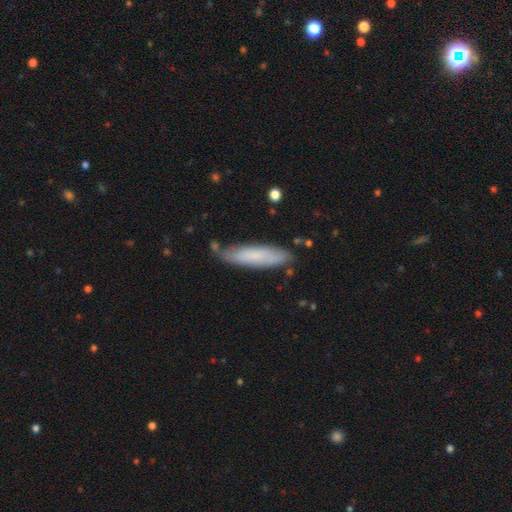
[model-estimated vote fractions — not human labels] Smooth or featured?
  - smooth: 70% *
  - featured or disk: 24%
  - star or artifact: 6%
How rounded?
  - cigar-shaped: 76% *
  - in between: 23%
  - round: 1%
Merging?
  - none: 74% *
  - minor disturbance: 19%
  - major disturbance: 4%
  - merger: 3%